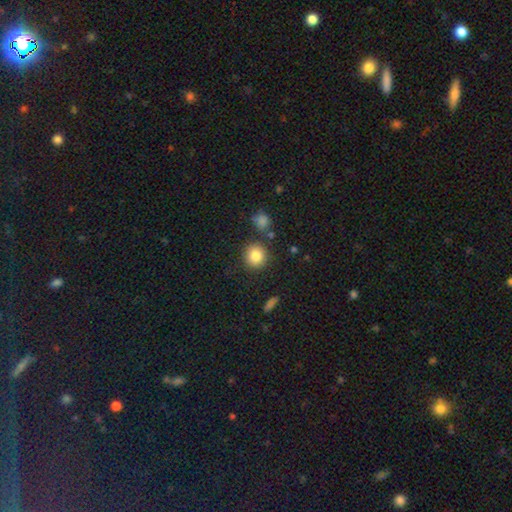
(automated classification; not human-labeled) A smooth galaxy with no disk features (85%) that is round (89%).

Vote fractions:
- Smooth or featured? smooth: 85% / star or artifact: 9% / featured or disk: 6%
- How rounded? round: 89% / in between: 10% / cigar-shaped: 1%
- Merging? none: 83% / minor disturbance: 9% / merger: 5% / major disturbance: 3%